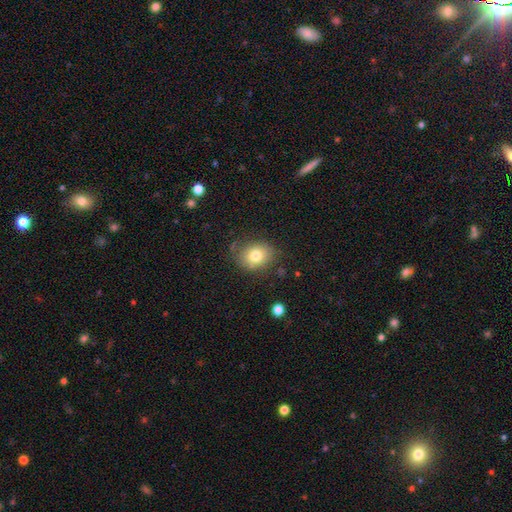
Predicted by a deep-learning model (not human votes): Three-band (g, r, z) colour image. It shows a smooth galaxy with no disk features (77%) that is round (55%). Merging: none (77%).